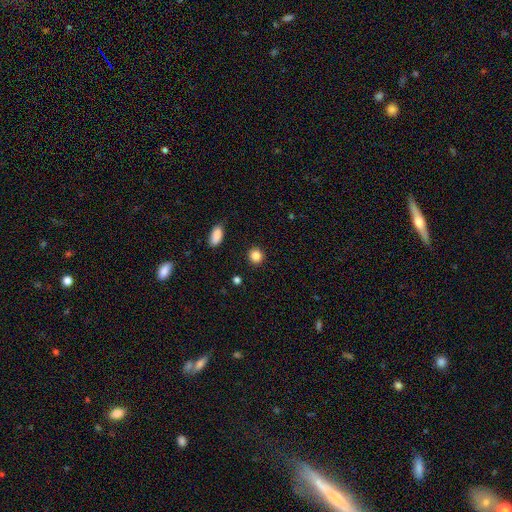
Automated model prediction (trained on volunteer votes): smooth 86%, star or artifact 10%, featured or disk 4%. Down the decision tree: how rounded — round (88%); merging — none (90%).